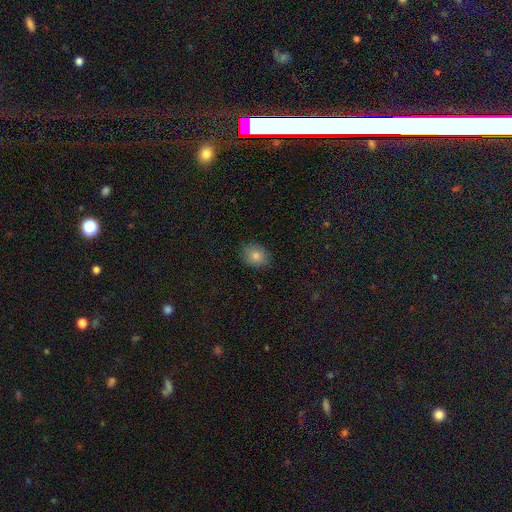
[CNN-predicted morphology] Smooth or featured? Predicted: smooth (p=0.77). How rounded? Predicted: round (p=0.55). Merging? Predicted: none (p=0.86).